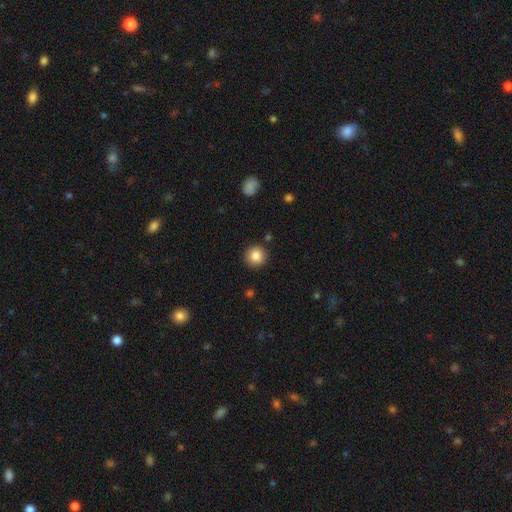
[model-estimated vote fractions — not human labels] smooth-or-featured: smooth: 85% | star or artifact: 9% | featured or disk: 6%
  how-rounded: round: 94% | in between: 5% | cigar-shaped: 1%
  merging: none: 90% | minor disturbance: 6% | major disturbance: 2% | merger: 2%